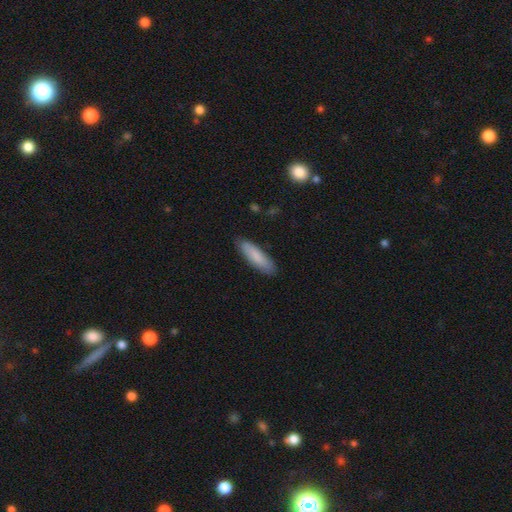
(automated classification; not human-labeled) Morphology: type=smooth (83%); roundness=cigar-shaped (60%); merging=none (86%).